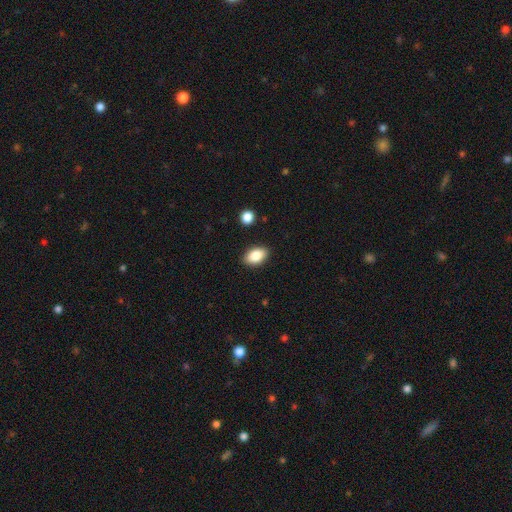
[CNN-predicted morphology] A smooth galaxy with no disk features (85%) that is in between round and cigar-shaped (90%).

Vote fractions:
- Smooth or featured? smooth: 85% / star or artifact: 8% / featured or disk: 7%
- How rounded? in between: 90% / round: 9% / cigar-shaped: 2%
- Merging? none: 88% / minor disturbance: 9% / major disturbance: 2% / merger: 2%